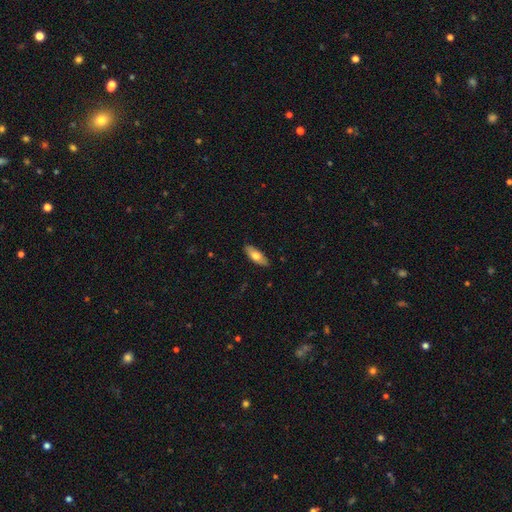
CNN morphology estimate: smooth_or_featured: smooth (p=0.66) [alt: featured or disk p=0.28]
how_rounded: in between (p=0.70) [alt: cigar-shaped p=0.28]
merging: none (p=0.86) [alt: minor disturbance p=0.11]